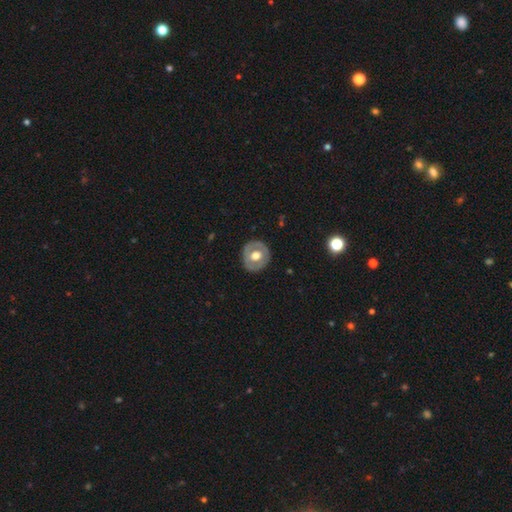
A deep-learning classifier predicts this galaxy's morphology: A featured or disk galaxy (52%).

Vote fractions:
- Smooth or featured? featured or disk: 52% / smooth: 42% / star or artifact: 6%
- Edge-on disk? no: 94% / yes: 6%
- Merging? none: 85% / minor disturbance: 11% / major disturbance: 3% / merger: 1%